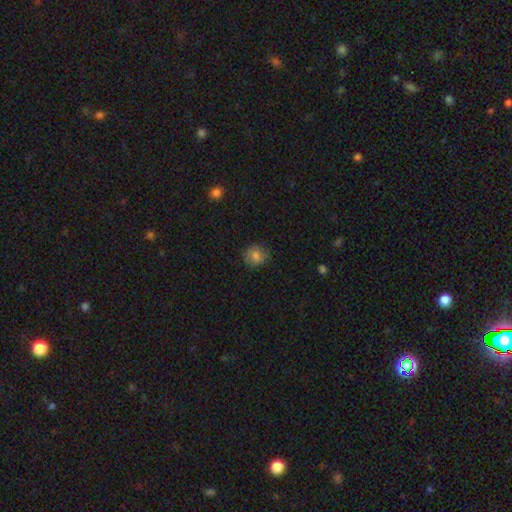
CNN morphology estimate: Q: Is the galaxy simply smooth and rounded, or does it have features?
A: smooth — 79%.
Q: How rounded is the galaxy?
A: round — 83%.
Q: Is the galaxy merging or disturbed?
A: none — 84%.